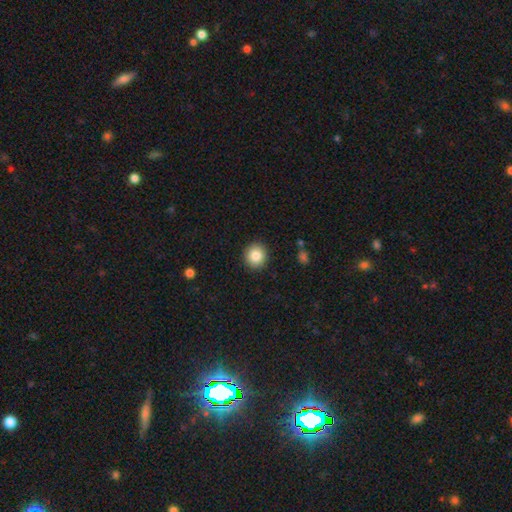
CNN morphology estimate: Overall: smooth (84%). How rounded: round (89%). Merging: none (91%).